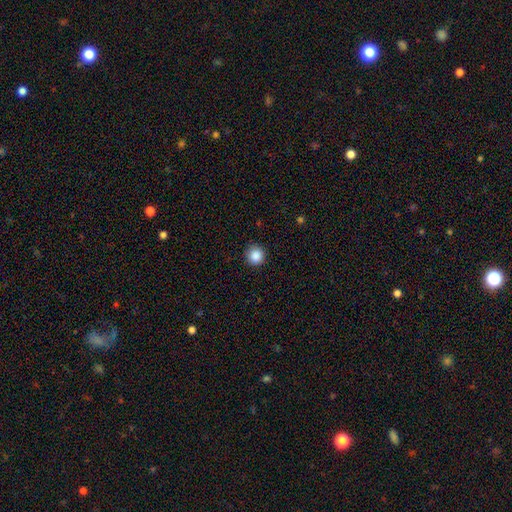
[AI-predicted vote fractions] A smooth galaxy with no disk features (87%) that is round (94%).

Vote fractions:
- Smooth or featured? smooth: 87% / star or artifact: 10% / featured or disk: 3%
- How rounded? round: 94% / in between: 5% / cigar-shaped: 1%
- Merging? none: 90% / minor disturbance: 7% / major disturbance: 2% / merger: 1%